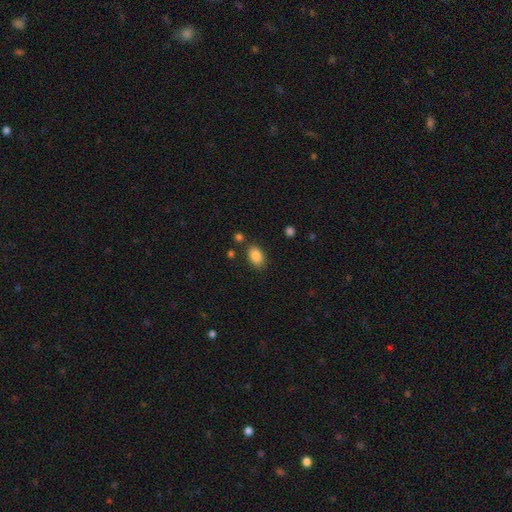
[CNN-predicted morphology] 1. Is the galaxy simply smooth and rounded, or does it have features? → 87% smooth, 8% star or artifact, 4% featured or disk.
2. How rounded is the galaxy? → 86% in between, 13% round, 1% cigar-shaped.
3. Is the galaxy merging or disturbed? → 81% none, 11% minor disturbance, 4% merger, 3% major disturbance.